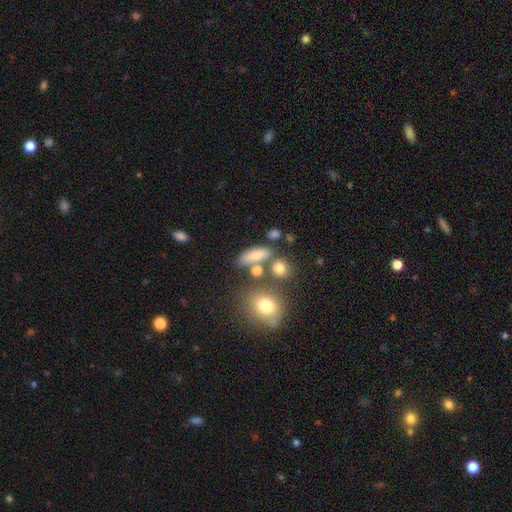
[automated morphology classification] This is likely a smooth galaxy (70%). How rounded: possibly in between (54%). Merging: likely none (60%).